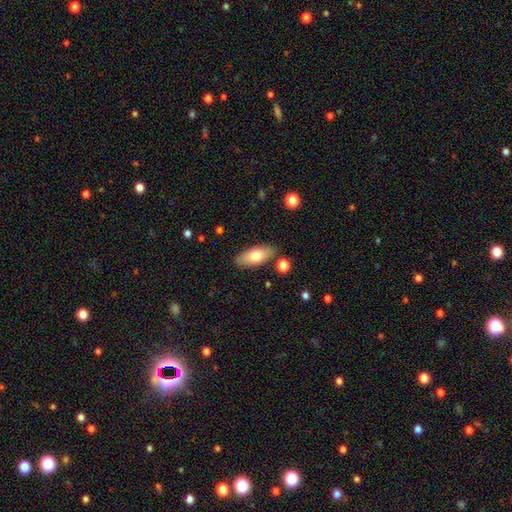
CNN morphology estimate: This appears to be a smooth galaxy with no disk features (71%) that is in between round and cigar-shaped (81%). Merging: none (85%).